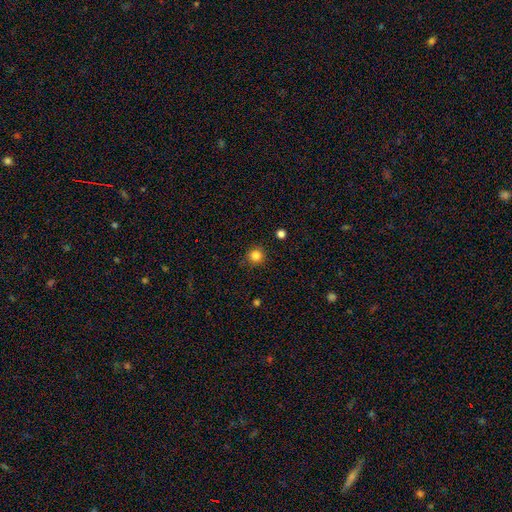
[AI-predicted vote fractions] A smooth galaxy with no disk features (84%) that is round (94%). Merging: none (88%).